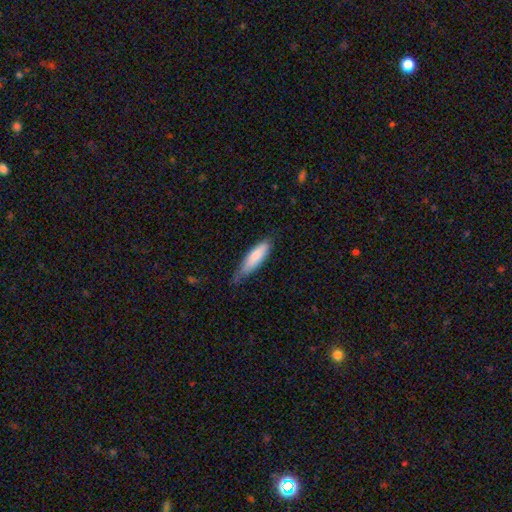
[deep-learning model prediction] Smooth or featured? Predicted: smooth (p=0.79). How rounded? Predicted: cigar-shaped (p=0.54). Merging? Predicted: none (p=0.51).